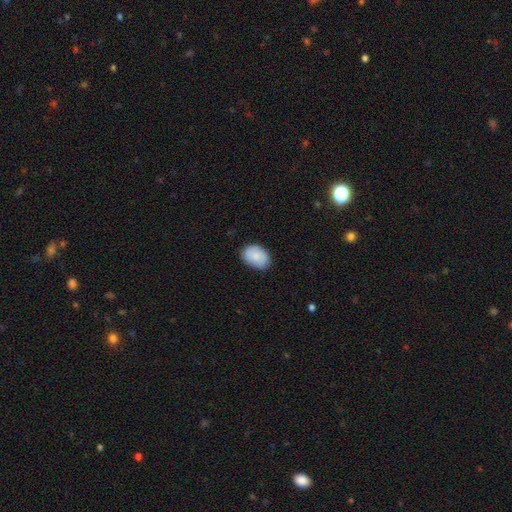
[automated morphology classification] A smooth galaxy with no disk features (85%) that is in between round and cigar-shaped (78%).

Vote fractions:
- Smooth or featured? smooth: 85% / featured or disk: 8% / star or artifact: 6%
- How rounded? in between: 78% / round: 21% / cigar-shaped: 1%
- Merging? none: 82% / minor disturbance: 15% / major disturbance: 3% / merger: 1%